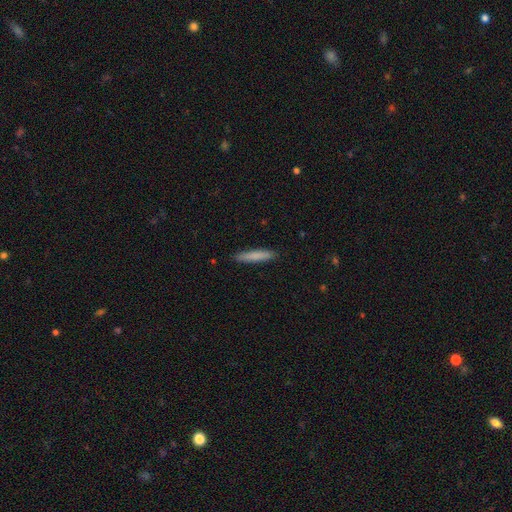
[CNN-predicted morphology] This is clearly a smooth galaxy (80%). How rounded: clearly cigar-shaped (92%). Merging: clearly none (90%).